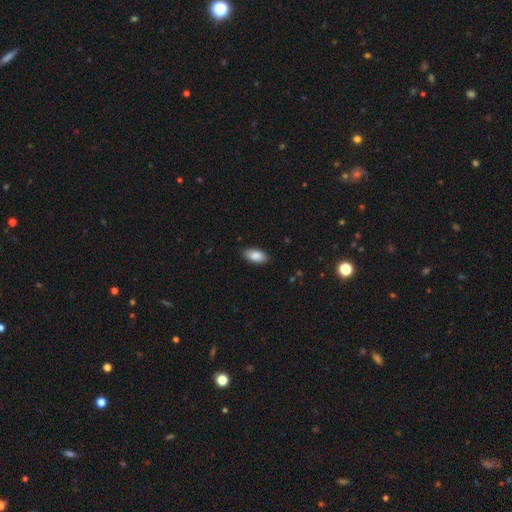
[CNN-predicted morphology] smooth 88%, star or artifact 6%, featured or disk 6%. Down the decision tree: how rounded — in between (93%); merging — none (88%).